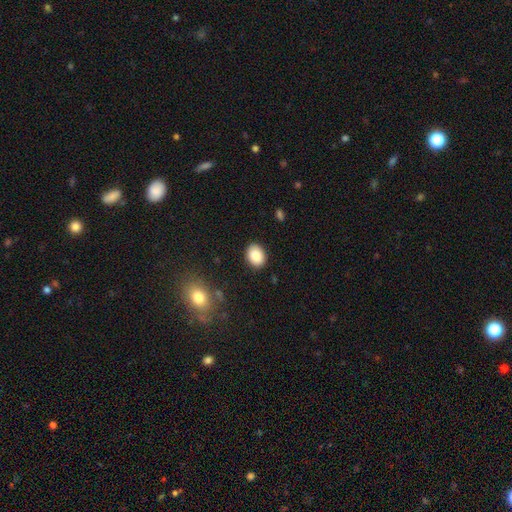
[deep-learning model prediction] The model was most divided on "how rounded": in between: 64%, round: 35%, cigar-shaped: 1%. More confident: merging — none (88%); smooth or featured — smooth (88%).